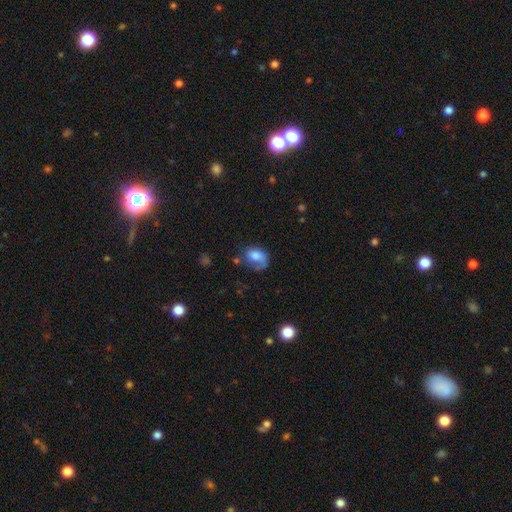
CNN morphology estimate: A smooth galaxy with no disk features (67%) that is in between round and cigar-shaped (67%). Merging: none (40%).